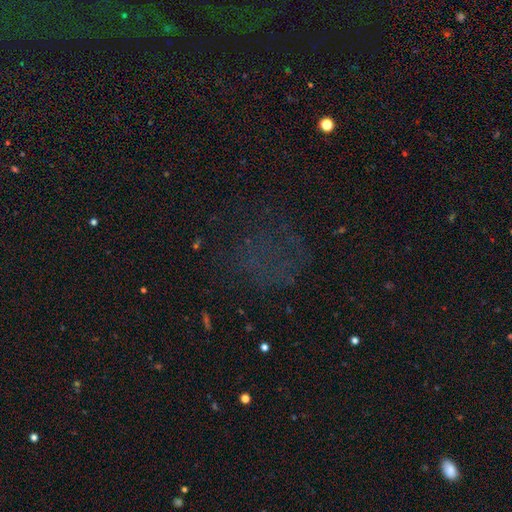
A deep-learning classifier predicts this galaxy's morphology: Q: Smooth or featured?
A: star or artifact (51%); runner-up: smooth (30%)